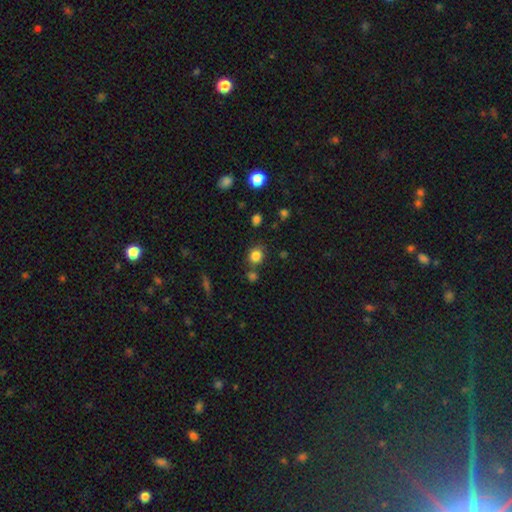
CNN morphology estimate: This is clearly a smooth galaxy (82%). How rounded: likely round (77%). Merging: likely none (73%).